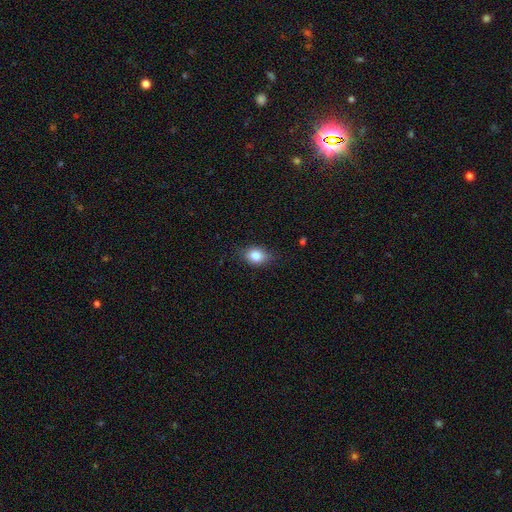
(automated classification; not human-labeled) Smooth or featured?
  - smooth: 81% *
  - featured or disk: 10%
  - star or artifact: 9%
How rounded?
  - in between: 67% *
  - round: 31%
  - cigar-shaped: 2%
Merging?
  - none: 79% *
  - minor disturbance: 17%
  - major disturbance: 3%
  - merger: 1%